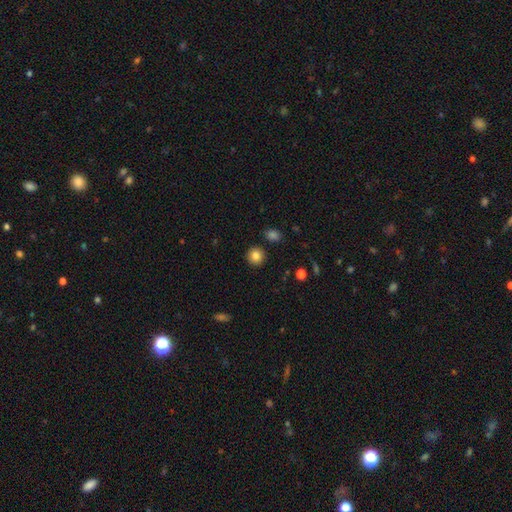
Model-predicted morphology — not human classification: Smooth or featured? Predicted: smooth (p=0.84). How rounded? Predicted: round (p=0.91). Merging? Predicted: none (p=0.90).